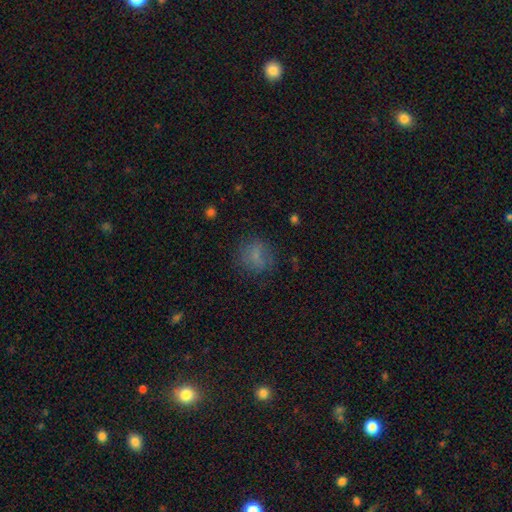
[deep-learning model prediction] Smooth or featured? Predicted: smooth (p=0.70). How rounded? Predicted: round (p=0.74). Merging? Predicted: none (p=0.70).